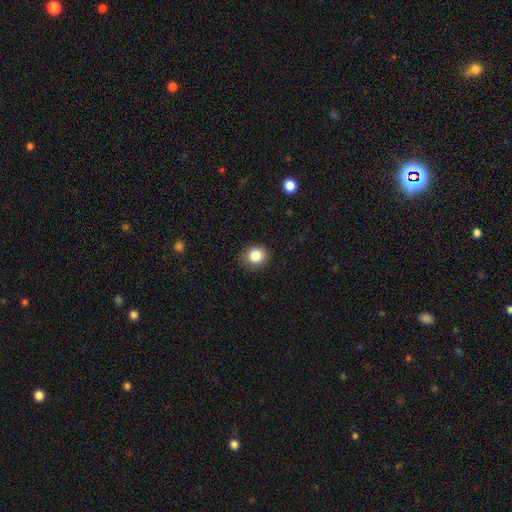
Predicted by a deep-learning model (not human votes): Morphology: type=smooth (85%); roundness=round (80%); merging=none (87%).